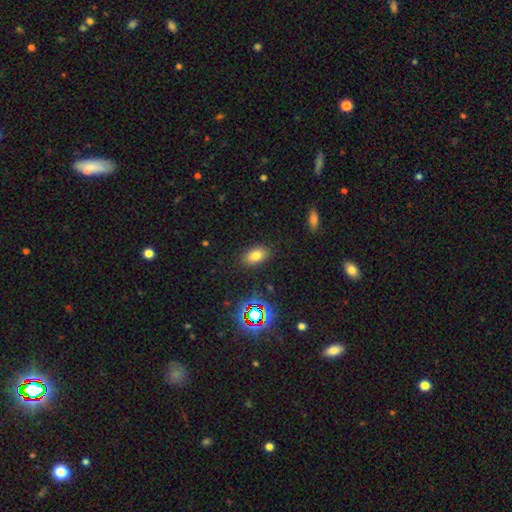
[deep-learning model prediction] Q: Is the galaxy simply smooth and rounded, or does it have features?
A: smooth — 74%.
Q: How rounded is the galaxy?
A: in between — 88%.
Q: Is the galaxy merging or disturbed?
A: none — 87%.